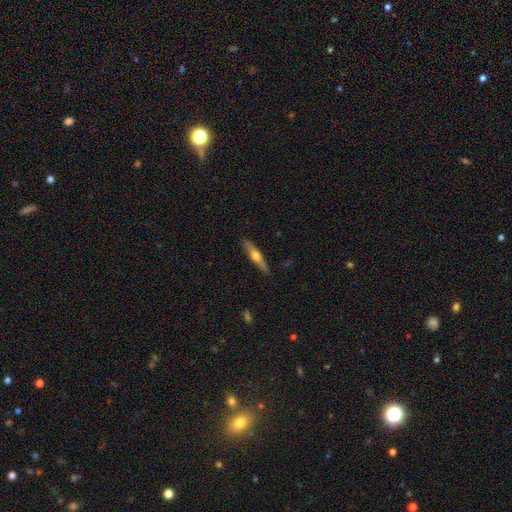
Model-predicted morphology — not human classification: Smooth or featured?
  - featured or disk: 53% *
  - smooth: 42%
  - star or artifact: 6%
Edge-on disk?
  - yes: 92% *
  - no: 8%
Merging?
  - none: 89% *
  - minor disturbance: 8%
  - major disturbance: 2%
  - merger: 1%